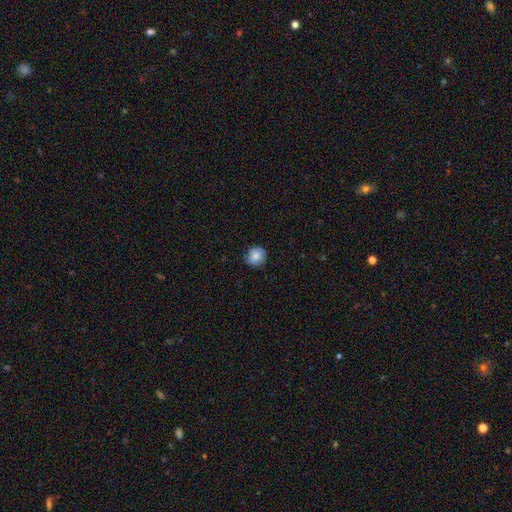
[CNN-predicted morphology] This appears to be a smooth galaxy with no disk features (82%) that is round (86%). Merging: none (82%).